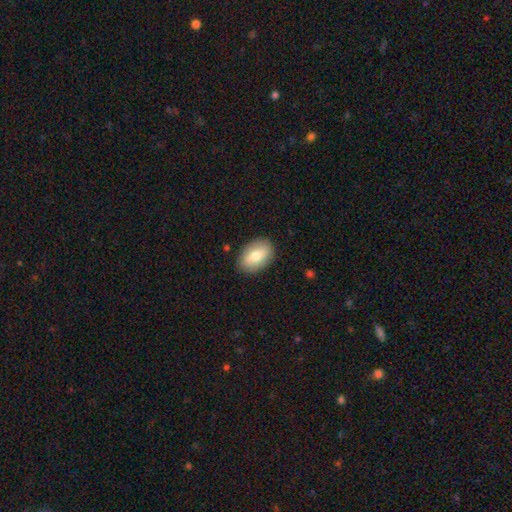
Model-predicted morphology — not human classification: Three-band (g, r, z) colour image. It shows a smooth galaxy with no disk features (74%) that is in between round and cigar-shaped (88%). Merging: none (86%).